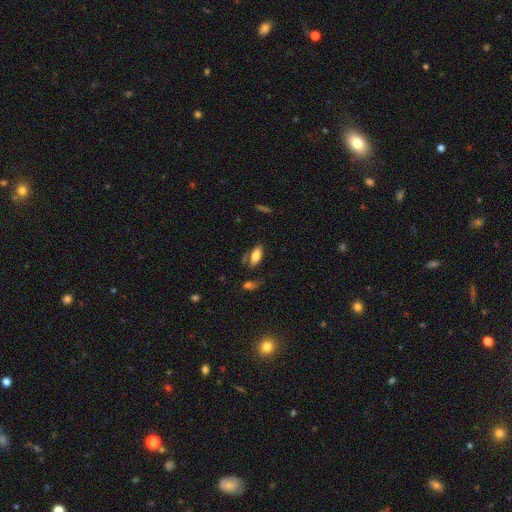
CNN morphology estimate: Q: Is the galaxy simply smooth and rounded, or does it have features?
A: smooth — 78%.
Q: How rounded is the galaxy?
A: in between — 89%.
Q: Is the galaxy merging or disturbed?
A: none — 62%.